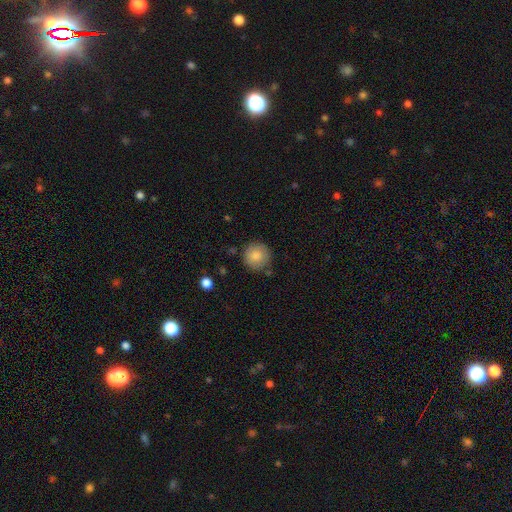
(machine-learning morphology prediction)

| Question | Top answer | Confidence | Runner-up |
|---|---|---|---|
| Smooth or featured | smooth | 84% | featured or disk (8%) |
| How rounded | round | 94% | in between (5%) |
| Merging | none | 83% | minor disturbance (11%) |